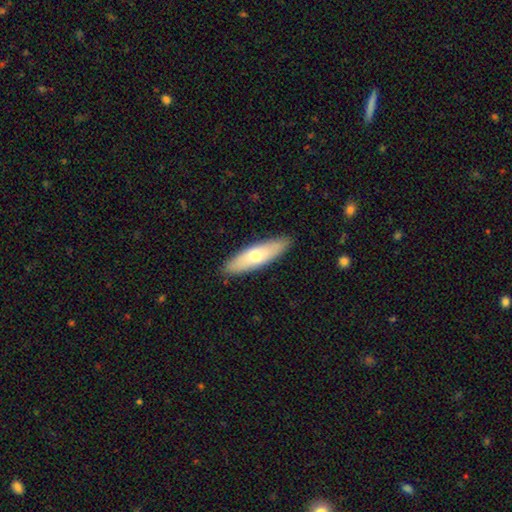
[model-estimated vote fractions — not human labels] The model was most divided on "how rounded": cigar-shaped: 60%, in between: 38%, round: 2%. More confident: merging — none (89%); smooth or featured — smooth (60%).